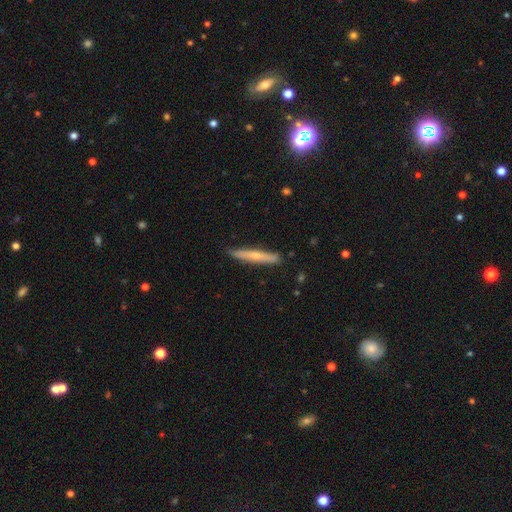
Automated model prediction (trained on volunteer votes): Smooth or featured: smooth — 51% (featured or disk — 43%)
How rounded: cigar-shaped — 94% (in between — 5%)
Merging: none — 85% (minor disturbance — 12%)